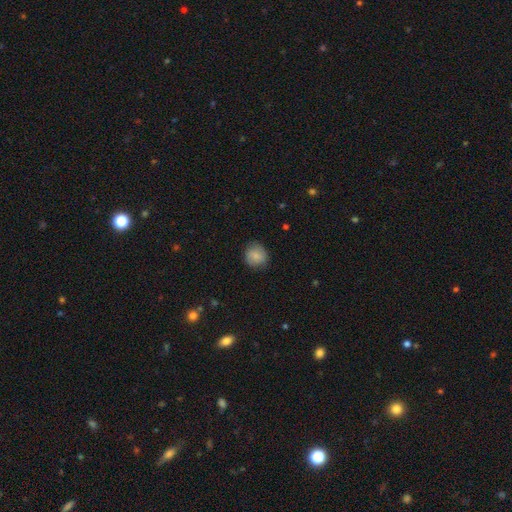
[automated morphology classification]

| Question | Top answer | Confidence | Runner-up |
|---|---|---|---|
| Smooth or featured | smooth | 82% | featured or disk (10%) |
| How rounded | round | 87% | in between (12%) |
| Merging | none | 83% | minor disturbance (13%) |